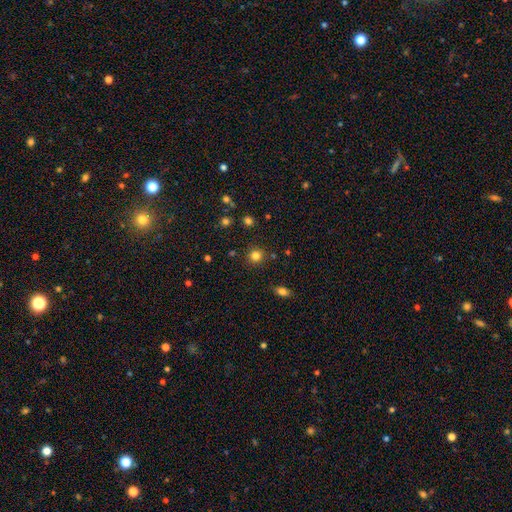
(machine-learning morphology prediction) smooth 81%, star or artifact 14%, featured or disk 5%. Down the decision tree: how rounded — round (91%); merging — none (88%).